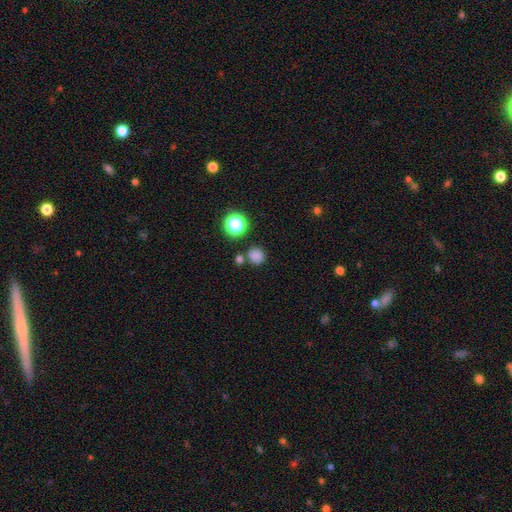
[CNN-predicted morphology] A smooth galaxy with no disk features (79%) that is round (87%). Merging: none (74%).